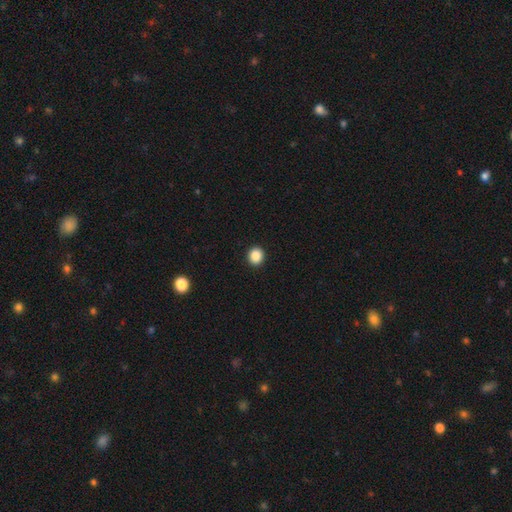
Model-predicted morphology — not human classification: Smooth or featured? Predicted: smooth (p=0.88). How rounded? Predicted: round (p=0.82). Merging? Predicted: none (p=0.93).